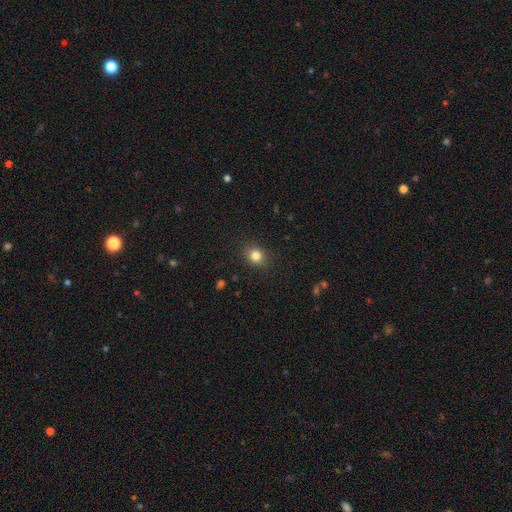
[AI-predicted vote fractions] Smooth or featured? Predicted: smooth (p=0.82). How rounded? Predicted: round (p=0.64). Merging? Predicted: none (p=0.88).